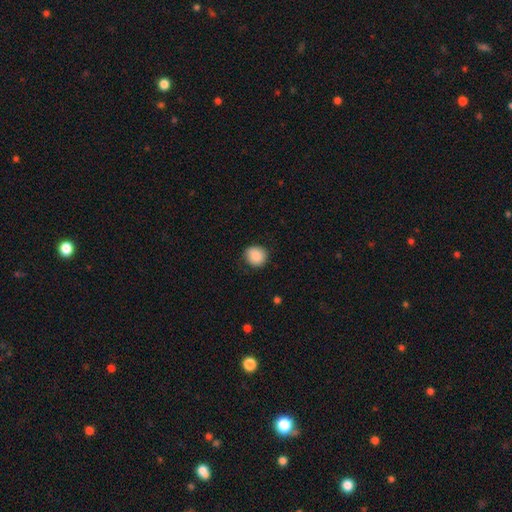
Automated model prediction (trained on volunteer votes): smooth_or_featured: smooth (p=0.88) [alt: star or artifact p=0.08]
how_rounded: round (p=0.85) [alt: in between p=0.14]
merging: none (p=0.84) [alt: minor disturbance p=0.12]